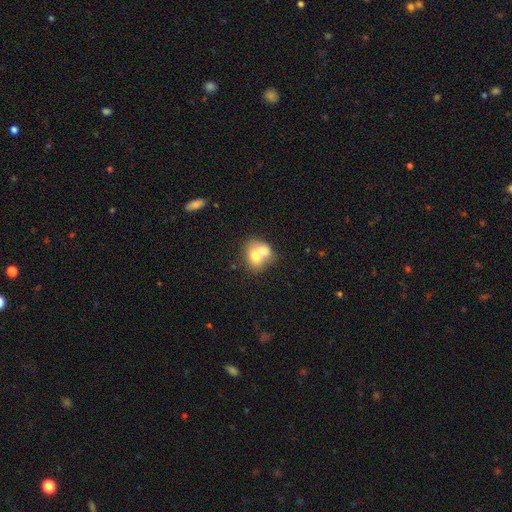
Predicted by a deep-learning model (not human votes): Smooth or featured: smooth — 66% (featured or disk — 26%)
How rounded: round — 55% (in between — 44%)
Merging: merger — 69% (none — 21%)